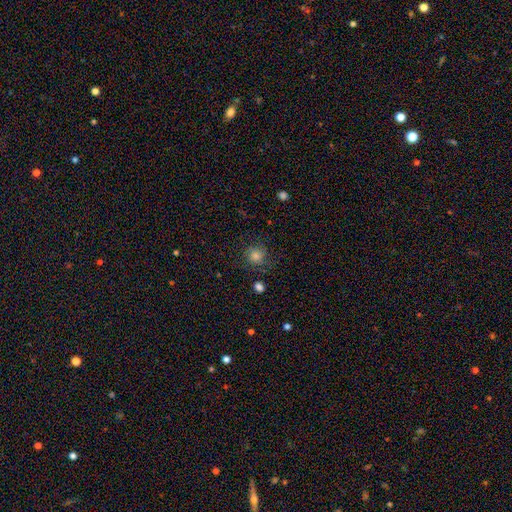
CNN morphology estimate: Overall: smooth (60%; star or artifact 20%). How rounded: round (89%). Merging: none (75%).